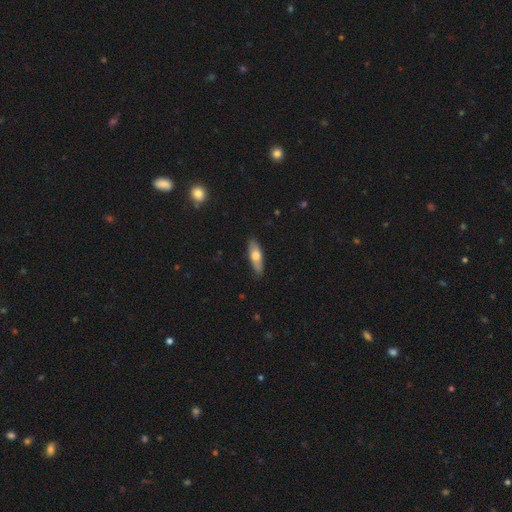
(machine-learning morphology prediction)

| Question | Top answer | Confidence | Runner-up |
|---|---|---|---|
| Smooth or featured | smooth | 64% | featured or disk (31%) |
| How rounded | in between | 51% | cigar-shaped (47%) |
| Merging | none | 87% | minor disturbance (10%) |